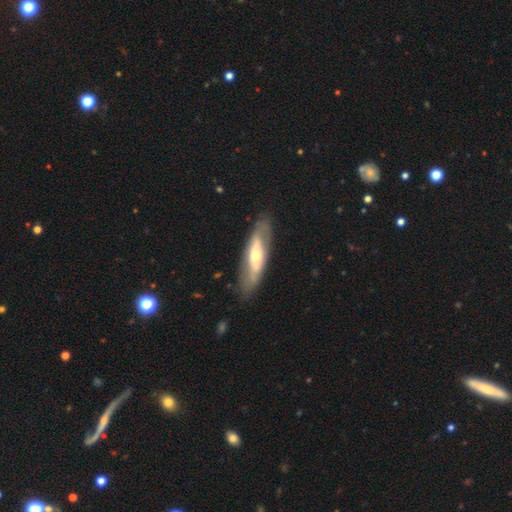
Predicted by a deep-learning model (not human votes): Smooth or featured: featured or disk — 56% (smooth — 38%)
Edge-on disk: no — 63% (yes — 37%)
Merging: none — 79% (minor disturbance — 15%)